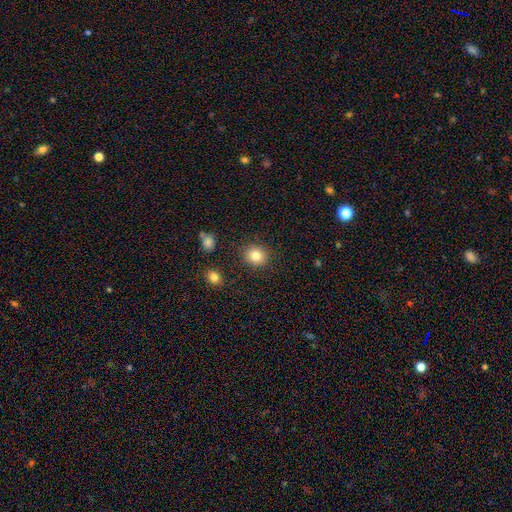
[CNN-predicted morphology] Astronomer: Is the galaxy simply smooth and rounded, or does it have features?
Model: smooth — 83%.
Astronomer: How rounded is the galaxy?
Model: round — 79%.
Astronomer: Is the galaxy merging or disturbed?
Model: none — 87%.